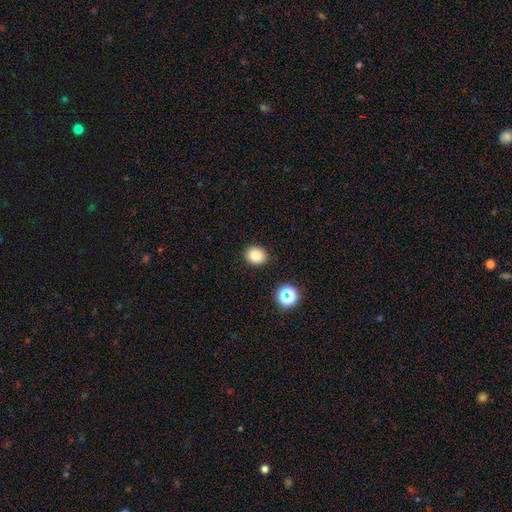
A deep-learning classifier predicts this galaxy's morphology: Smooth or featured? Predicted: smooth (p=0.82). How rounded? Predicted: round (p=0.64). Merging? Predicted: none (p=0.89).